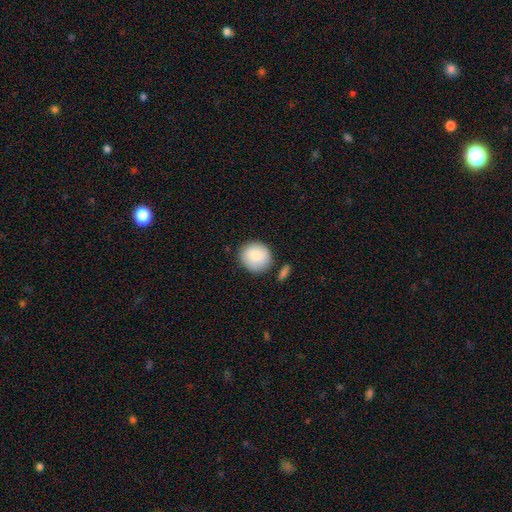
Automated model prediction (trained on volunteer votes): smooth 86%, featured or disk 7%, star or artifact 6%. Down the decision tree: how rounded — round (89%); merging — none (78%).